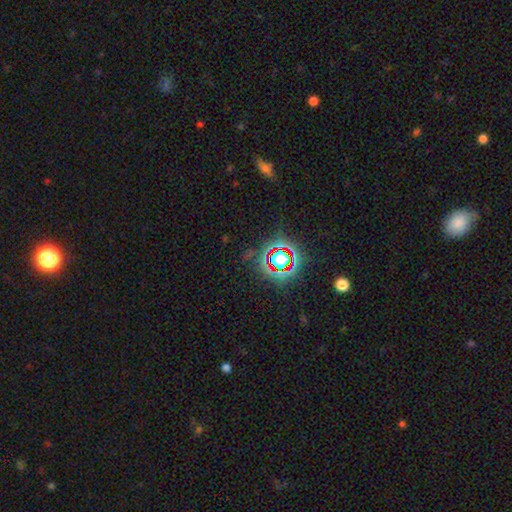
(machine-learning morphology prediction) smooth-or-featured: star or artifact: 79% | smooth: 12% | featured or disk: 9%